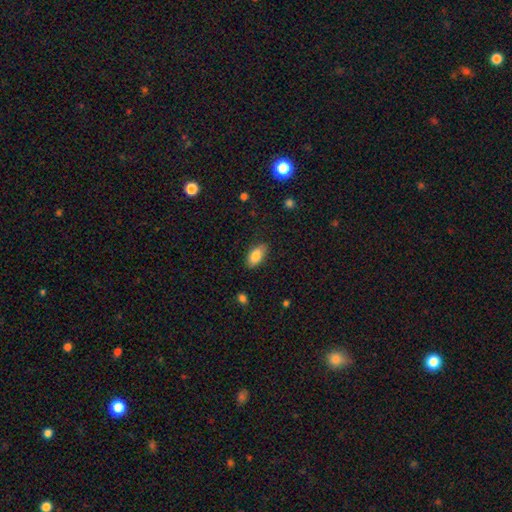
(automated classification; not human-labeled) Smooth or featured? Predicted: smooth (p=0.85). How rounded? Predicted: in between (p=0.92). Merging? Predicted: none (p=0.83).